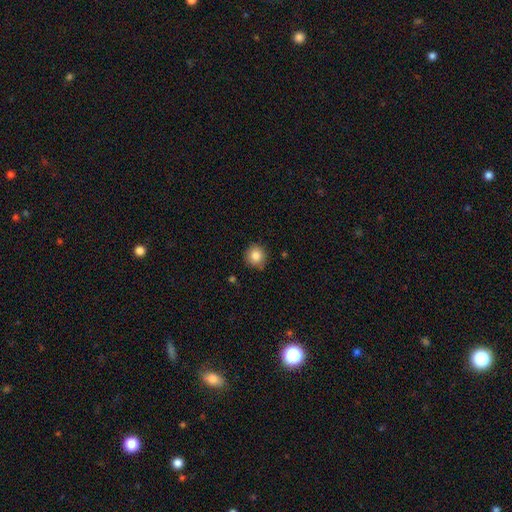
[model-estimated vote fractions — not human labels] Overall: smooth (84%). How rounded: round (92%). Merging: none (84%).